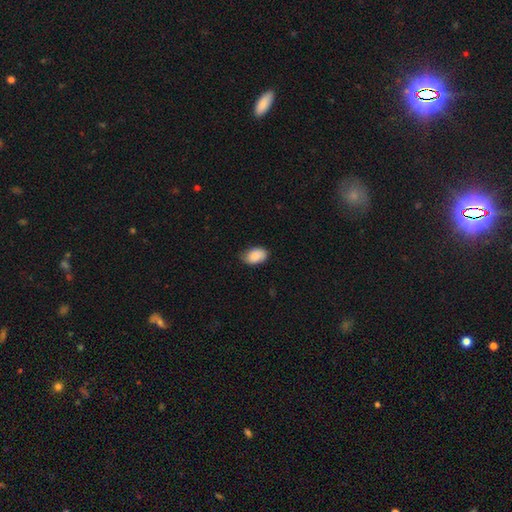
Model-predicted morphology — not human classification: Smooth or featured?
  - smooth: 89% *
  - star or artifact: 7%
  - featured or disk: 4%
How rounded?
  - in between: 90% *
  - round: 9%
  - cigar-shaped: 1%
Merging?
  - none: 74% *
  - minor disturbance: 22%
  - major disturbance: 3%
  - merger: 1%